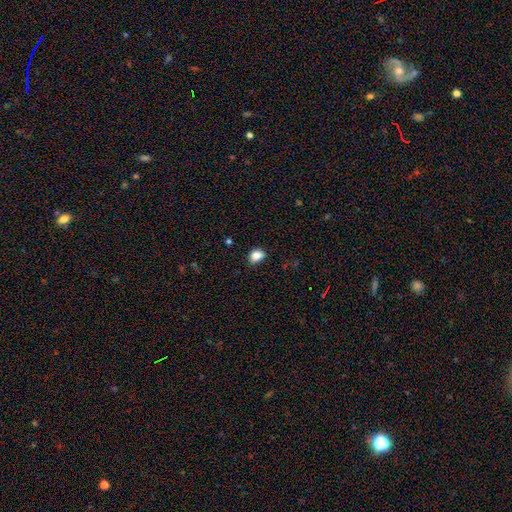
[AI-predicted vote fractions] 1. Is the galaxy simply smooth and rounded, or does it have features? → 84% smooth, 10% star or artifact, 6% featured or disk.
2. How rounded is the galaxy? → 65% in between, 34% round, 1% cigar-shaped.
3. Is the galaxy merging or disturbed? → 73% none, 22% minor disturbance, 4% major disturbance, 2% merger.